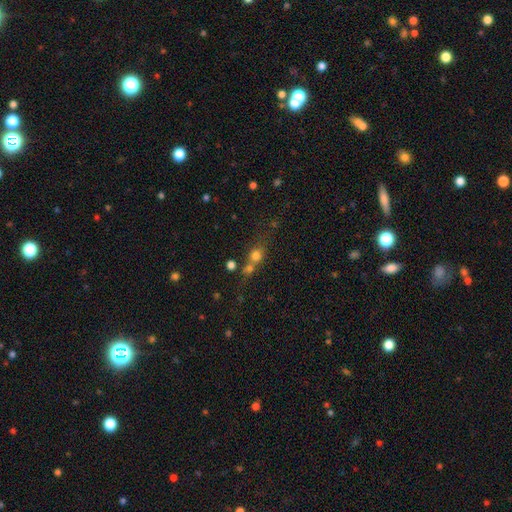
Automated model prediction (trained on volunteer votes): Smooth or featured? Predicted: smooth (p=0.72). How rounded? Predicted: round (p=0.76). Merging? Predicted: merger (p=0.46).